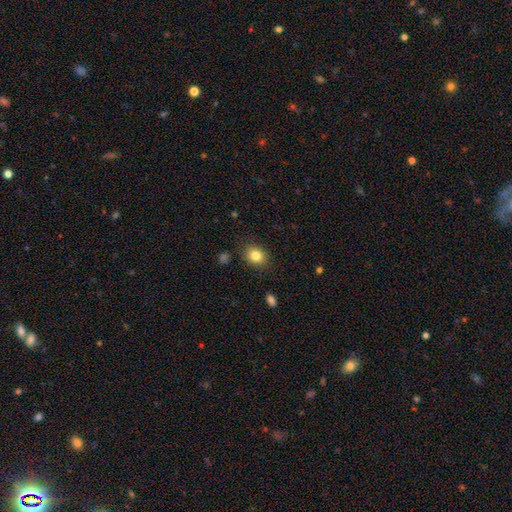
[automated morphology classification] Overall: smooth (83%). How rounded: round (58%; in between 41%). Merging: none (86%).